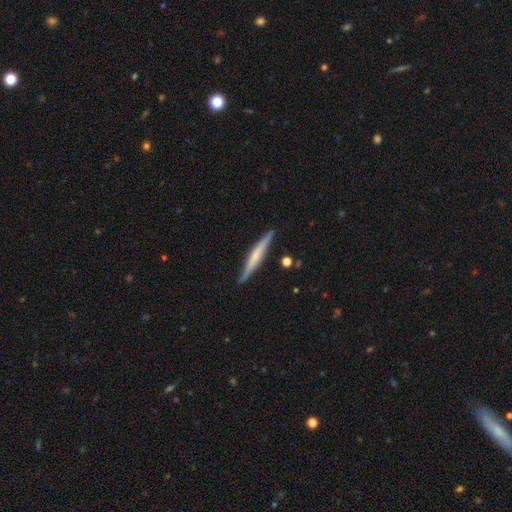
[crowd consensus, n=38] Smooth or featured: featured or disk — 53% (smooth — 45%)
Edge-on disk: yes — 100%
Edge-on bulge: none — 55% (rounded — 30%)
Merging: none — 92% (minor disturbance — 8%)